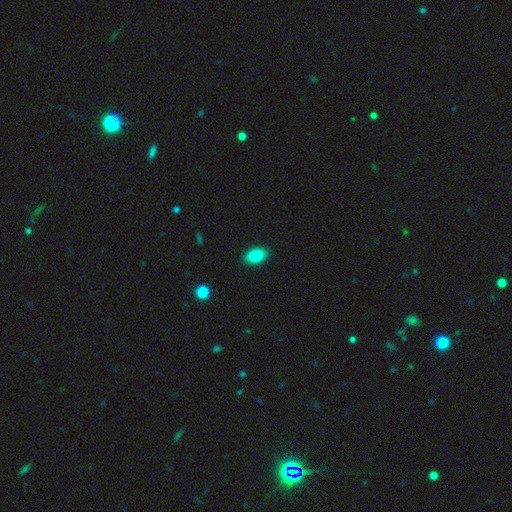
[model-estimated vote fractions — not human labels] This is clearly a smooth galaxy (83%). How rounded: clearly in between (90%). Merging: clearly none (89%).